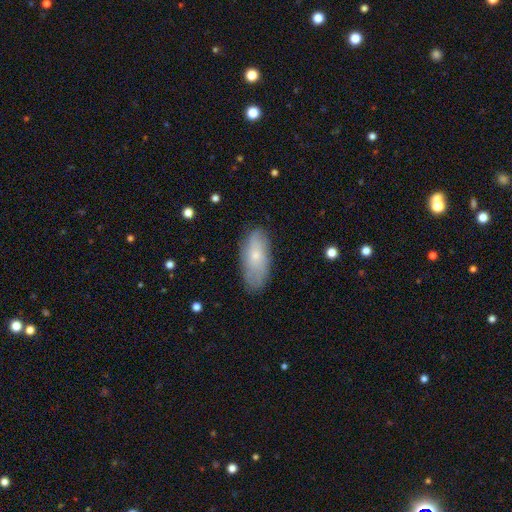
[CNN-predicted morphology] type=smooth (57%); roundness=in between (87%); merging=none (75%).